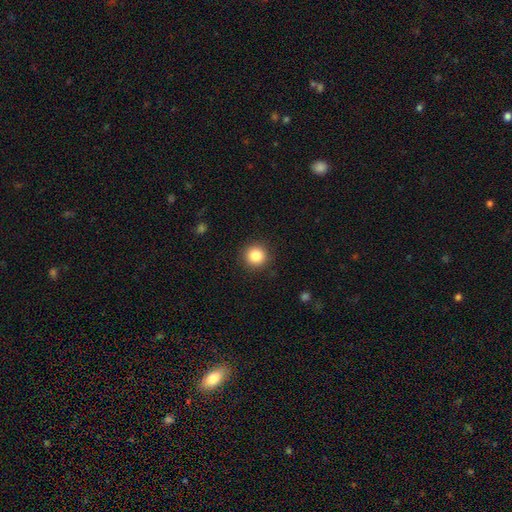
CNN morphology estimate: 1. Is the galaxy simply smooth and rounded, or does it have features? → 85% smooth, 10% star or artifact, 5% featured or disk.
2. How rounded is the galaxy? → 94% round, 5% in between, 1% cigar-shaped.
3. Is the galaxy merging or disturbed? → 91% none, 6% minor disturbance, 2% major disturbance, 1% merger.